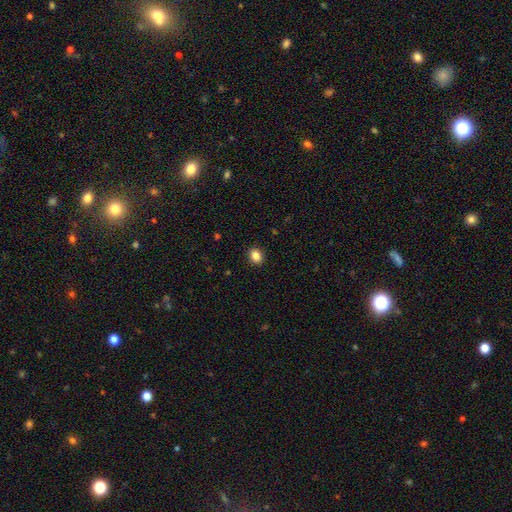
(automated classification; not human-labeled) smooth-or-featured: smooth: 85% | star or artifact: 10% | featured or disk: 5%
  how-rounded: in between: 57% | round: 42% | cigar-shaped: 1%
  merging: none: 91% | minor disturbance: 6% | major disturbance: 2% | merger: 1%